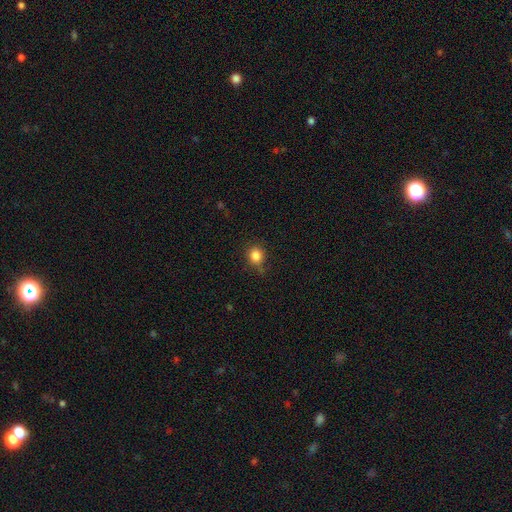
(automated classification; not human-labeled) This appears to be a smooth galaxy with no disk features (85%) that is round (83%). Merging: none (75%).